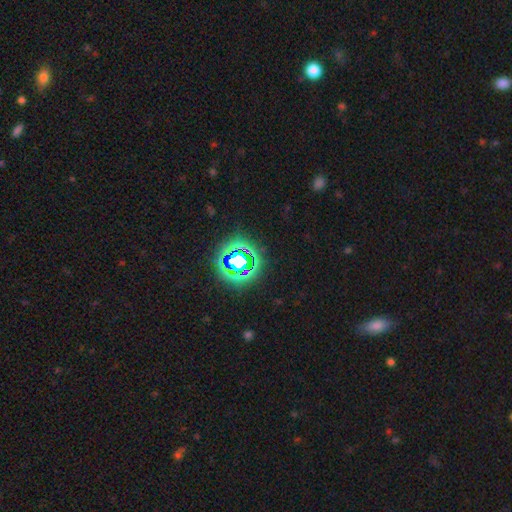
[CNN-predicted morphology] Overall: star or artifact (76%).